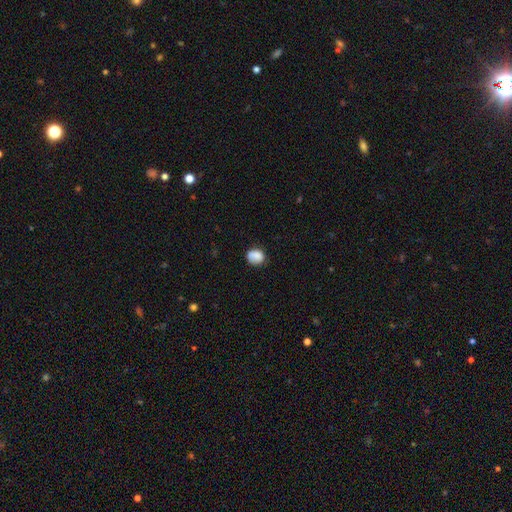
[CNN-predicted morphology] Smooth or featured: smooth — 82% (featured or disk — 10%)
How rounded: round — 64% (in between — 35%)
Merging: none — 66% (minor disturbance — 23%)